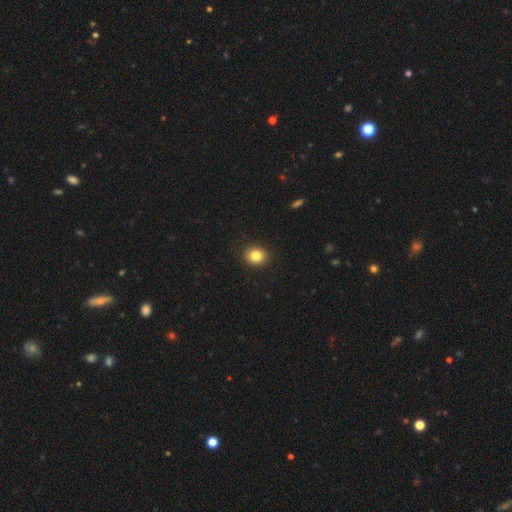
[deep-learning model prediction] This is clearly a smooth galaxy (83%). How rounded: likely round (64%). Merging: clearly none (91%).